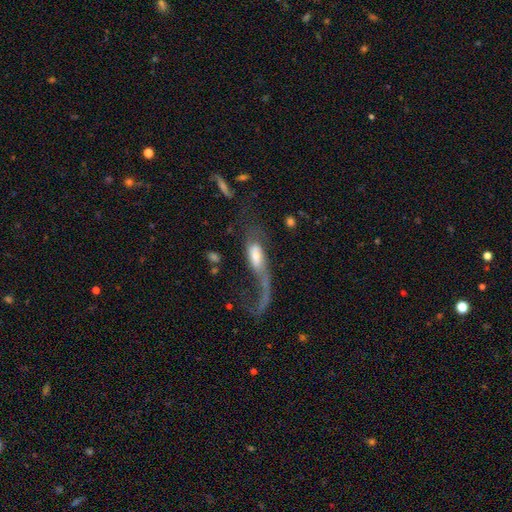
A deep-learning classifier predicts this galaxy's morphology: Smooth or featured: featured or disk — 58% (smooth — 34%)
Edge-on disk: no — 84% (yes — 16%)
Merging: major disturbance — 61% (none — 19%)